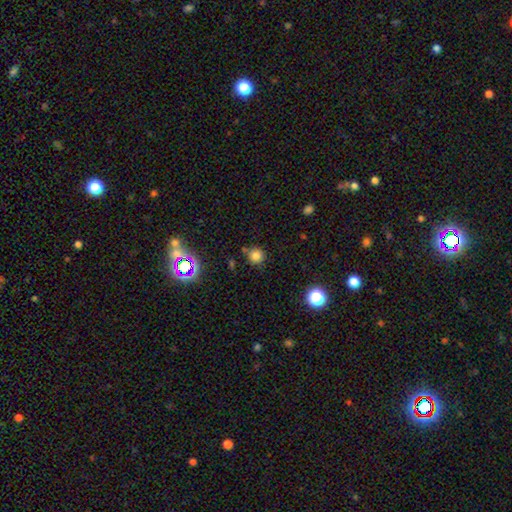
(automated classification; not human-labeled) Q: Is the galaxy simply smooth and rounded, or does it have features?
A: smooth — 78%.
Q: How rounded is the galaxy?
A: round — 92%.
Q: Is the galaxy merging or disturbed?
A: none — 77%.